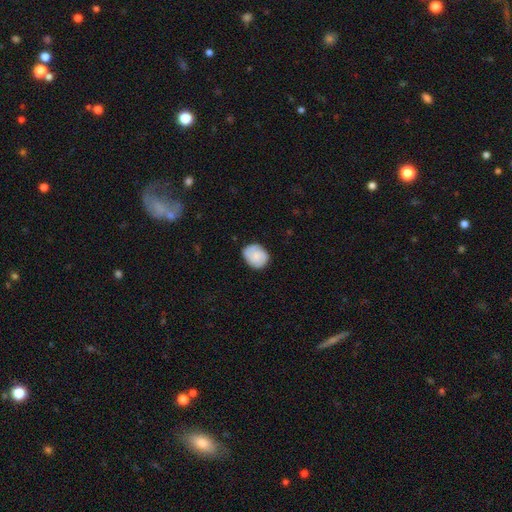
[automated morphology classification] Smooth or featured?
  - smooth: 67% *
  - featured or disk: 26%
  - star or artifact: 7%
How rounded?
  - round: 59% *
  - in between: 40%
  - cigar-shaped: 1%
Merging?
  - none: 77% *
  - minor disturbance: 19%
  - major disturbance: 4%
  - merger: 1%